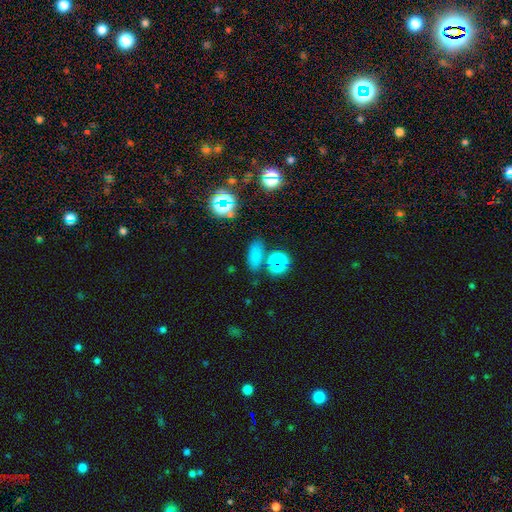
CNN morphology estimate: smooth-or-featured: smooth: 71% | star or artifact: 22% | featured or disk: 7%
  how-rounded: in between: 69% | cigar-shaped: 16% | round: 15%
  merging: none: 74% | merger: 11% | minor disturbance: 11% | major disturbance: 4%